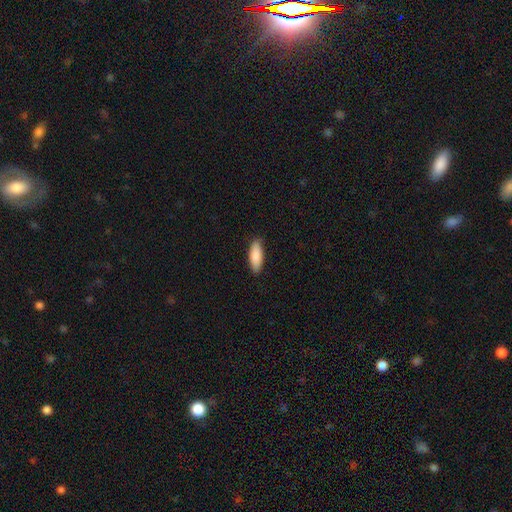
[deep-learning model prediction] smooth_or_featured: smooth (p=0.87) [alt: featured or disk p=0.08]
how_rounded: in between (p=0.63) [alt: cigar-shaped p=0.35]
merging: none (p=0.87) [alt: minor disturbance p=0.10]